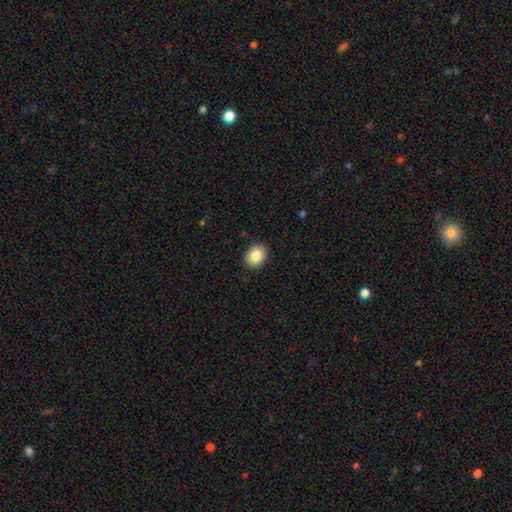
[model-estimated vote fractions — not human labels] A smooth galaxy with no disk features (86%) that is in between round and cigar-shaped (61%). Merging: none (89%).